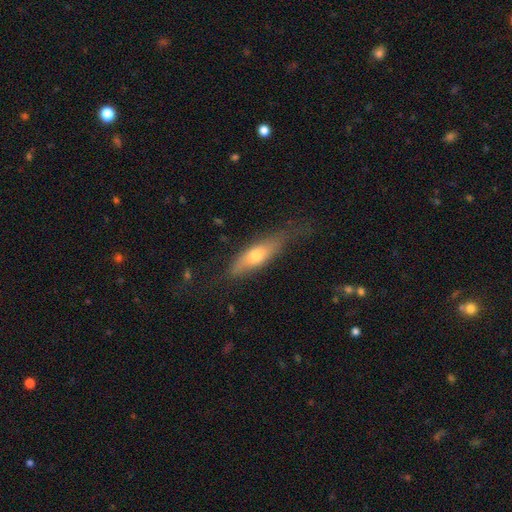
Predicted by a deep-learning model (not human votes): Smooth or featured?
  - smooth: 55% *
  - featured or disk: 38%
  - star or artifact: 7%
How rounded?
  - cigar-shaped: 54% *
  - in between: 43%
  - round: 3%
Merging?
  - none: 64% *
  - minor disturbance: 25%
  - major disturbance: 9%
  - merger: 2%